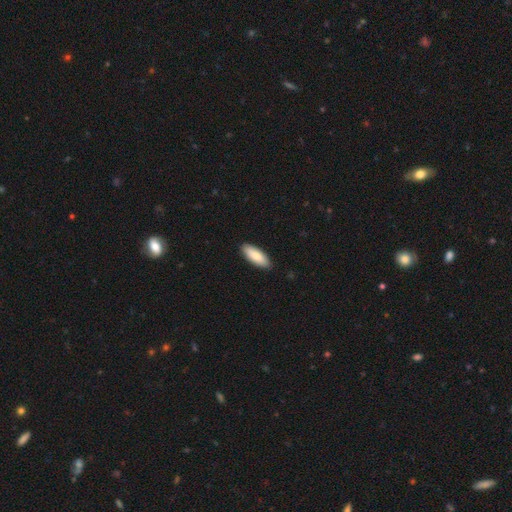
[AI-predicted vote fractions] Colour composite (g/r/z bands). It shows a smooth galaxy with no disk features (84%) that is in between round and cigar-shaped (72%). Merging: none (89%).